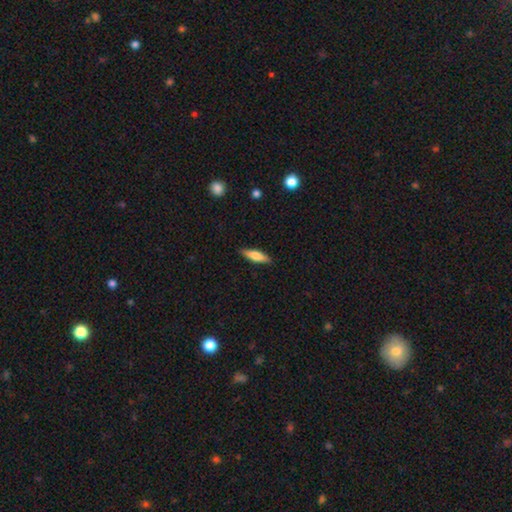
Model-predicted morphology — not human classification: smooth_or_featured: smooth (p=0.70) [alt: featured or disk p=0.24]
how_rounded: cigar-shaped (p=0.62) [alt: in between p=0.36]
merging: none (p=0.88) [alt: minor disturbance p=0.09]